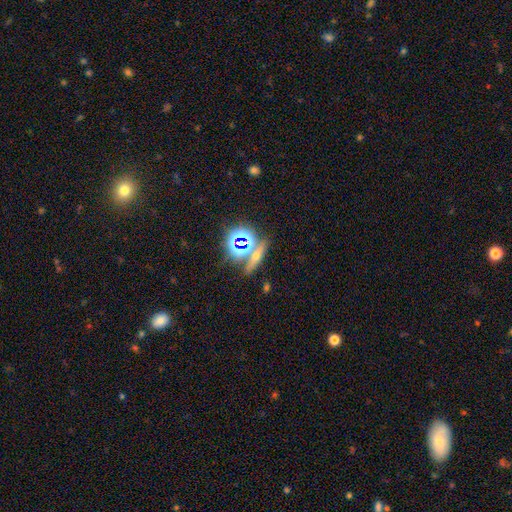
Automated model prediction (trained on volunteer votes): Q: Smooth or featured?
A: star or artifact (36%); tied with: smooth (36%)